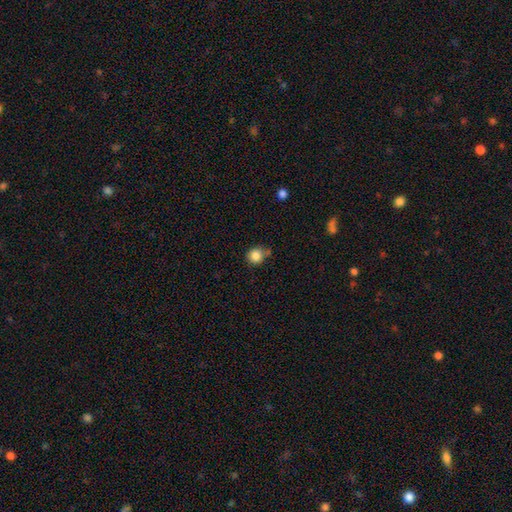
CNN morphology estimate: smooth 85%, star or artifact 10%, featured or disk 5%. Down the decision tree: how rounded — round (89%); merging — none (68%).